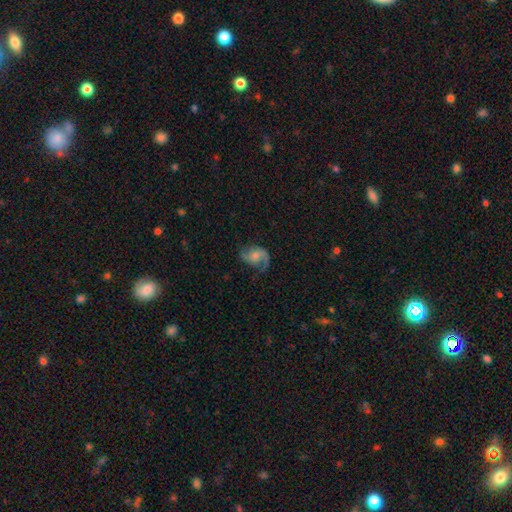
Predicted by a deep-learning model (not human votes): Smooth or featured? Predicted: featured or disk (p=0.72). Edge-on disk? Predicted: no (p=0.98). Bar? Predicted: no (p=0.58). Spiral arms? Predicted: yes (p=0.93). Spiral winding? Predicted: loose (p=0.53). Spiral arm count? Predicted: 2 (p=0.72). Bulge size? Predicted: small (p=0.43). Merging? Predicted: none (p=0.56).